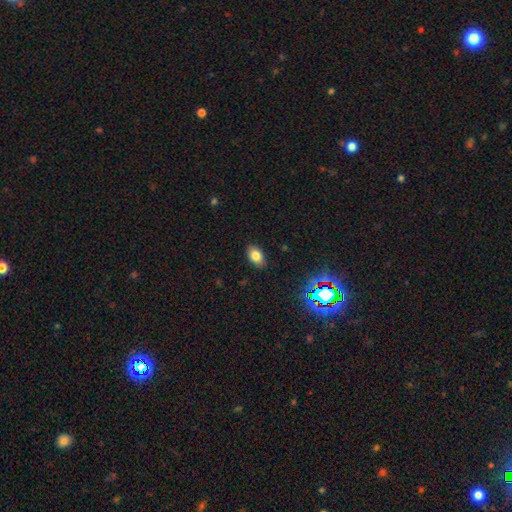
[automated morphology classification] This appears to be a smooth galaxy with no disk features (79%) that is in between round and cigar-shaped (88%). Merging: none (87%).